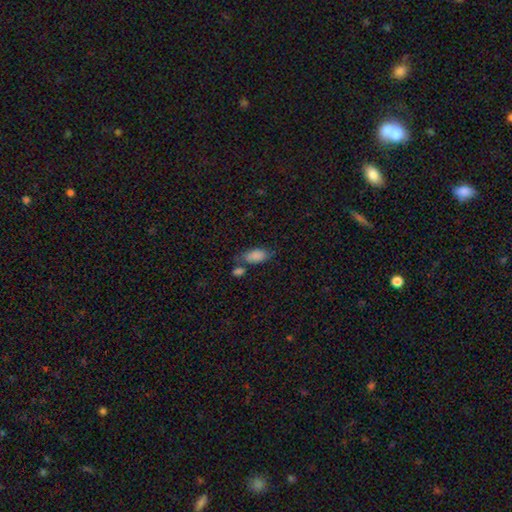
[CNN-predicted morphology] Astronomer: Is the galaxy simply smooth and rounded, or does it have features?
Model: smooth — 85%.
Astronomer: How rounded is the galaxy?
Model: in between — 91%.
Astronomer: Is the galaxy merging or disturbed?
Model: none — 51%.